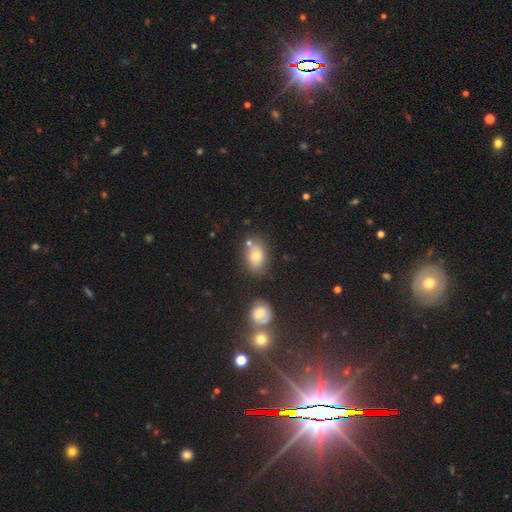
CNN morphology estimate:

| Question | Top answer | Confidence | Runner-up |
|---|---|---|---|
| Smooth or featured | smooth | 72% | featured or disk (16%) |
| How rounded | in between | 74% | round (24%) |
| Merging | none | 68% | minor disturbance (14%) |